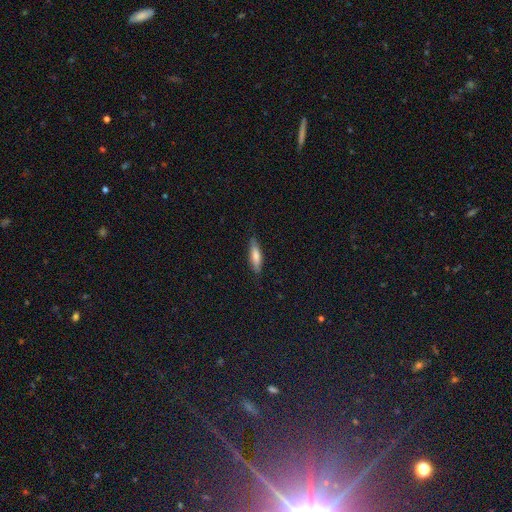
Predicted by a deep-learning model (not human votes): A smooth galaxy with no disk features (70%) that is cigar-shaped (68%).

Vote fractions:
- Smooth or featured? smooth: 70% / featured or disk: 24% / star or artifact: 6%
- How rounded? cigar-shaped: 68% / in between: 30% / round: 2%
- Merging? none: 83% / minor disturbance: 13% / major disturbance: 2% / merger: 1%